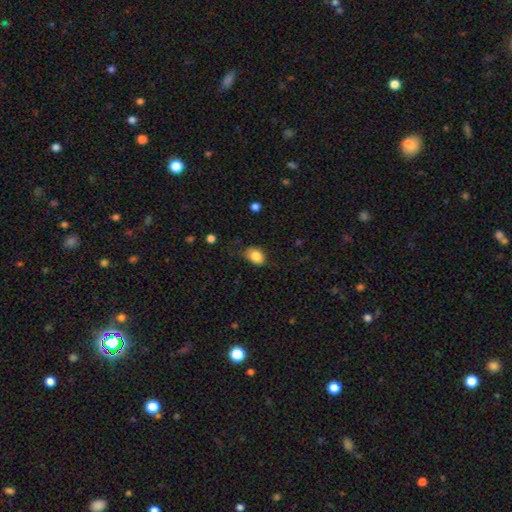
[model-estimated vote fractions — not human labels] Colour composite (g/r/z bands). It shows a smooth galaxy with no disk features (84%) that is in between round and cigar-shaped (68%). Merging: none (67%).